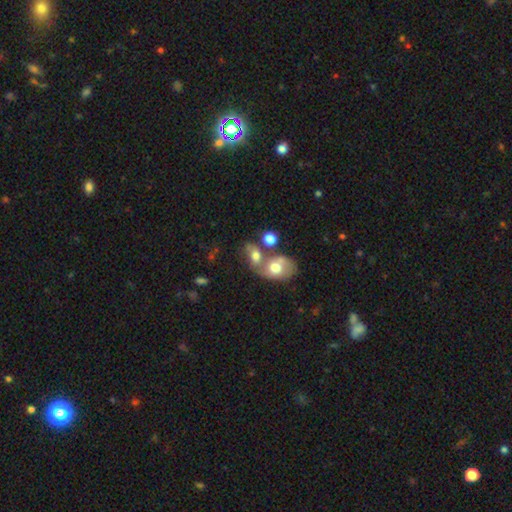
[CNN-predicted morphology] This appears to be a smooth galaxy with no disk features (62%) that is in between round and cigar-shaped (69%). Merging: merger (55%).